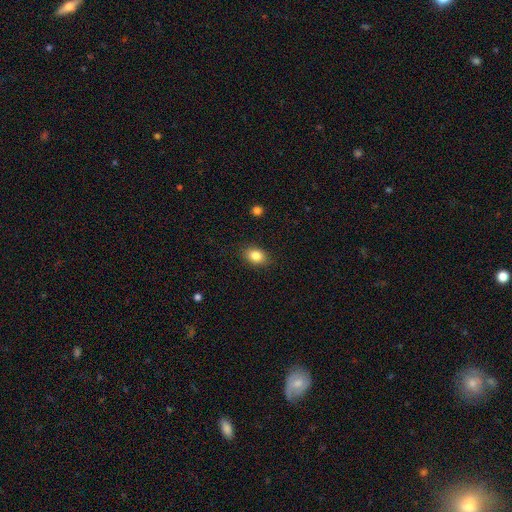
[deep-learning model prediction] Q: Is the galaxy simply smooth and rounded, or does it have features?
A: smooth — 84%.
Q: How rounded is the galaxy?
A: in between — 73%.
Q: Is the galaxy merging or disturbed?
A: none — 87%.